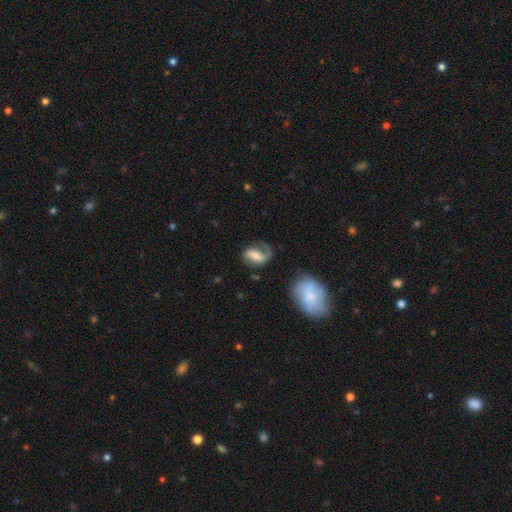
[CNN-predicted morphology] Smooth or featured? featured or disk (63%)
Edge-on disk? no (97%)
Bar? weak (41%)
Spiral arms? yes (91%)
Spiral winding? loose (42%)
Spiral arm count? 2 (60%)
Bulge size? moderate (34%)
Merging? none (53%)